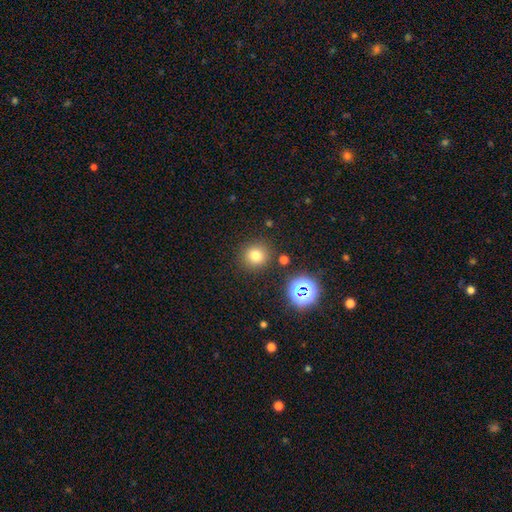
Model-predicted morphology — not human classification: The model was most divided on "smooth or featured": smooth: 76%, star or artifact: 17%, featured or disk: 7%. More confident: how rounded — round (90%); merging — none (85%).